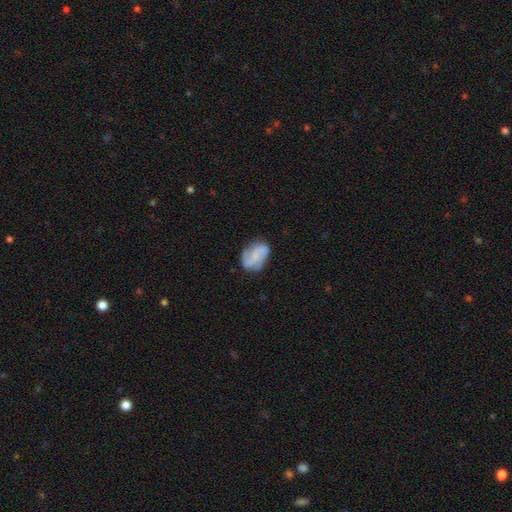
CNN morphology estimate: featured or disk 66%, smooth 28%, star or artifact 7%. Down the decision tree: edge-on disk — no (97%); bar — no (47%); spiral arms — yes (90%); spiral arm count — 2 (82%); spiral winding — medium (43%); bulge size — small (48%); merging — none (68%).